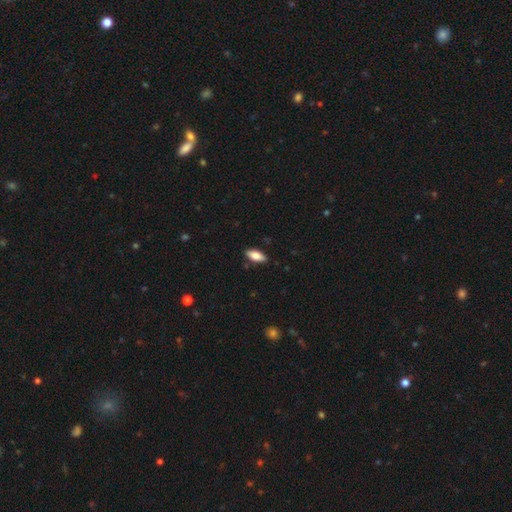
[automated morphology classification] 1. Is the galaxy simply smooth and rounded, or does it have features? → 81% smooth, 13% featured or disk, 6% star or artifact.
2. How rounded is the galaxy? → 86% in between, 12% cigar-shaped, 2% round.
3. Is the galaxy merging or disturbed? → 87% none, 10% minor disturbance, 2% major disturbance, 1% merger.